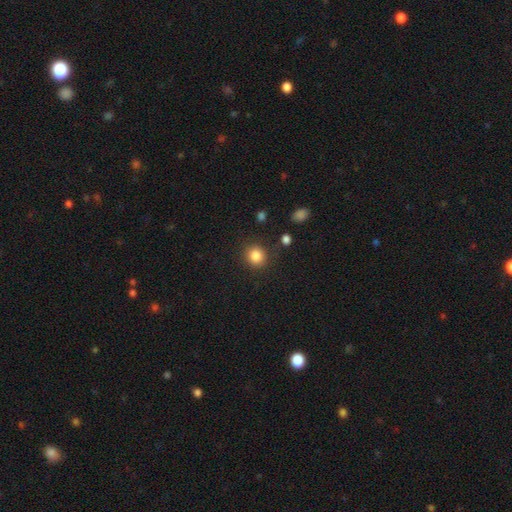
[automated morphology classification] Smooth or featured?
  - smooth: 85% *
  - star or artifact: 10%
  - featured or disk: 5%
How rounded?
  - round: 86% *
  - in between: 13%
  - cigar-shaped: 1%
Merging?
  - none: 86% *
  - minor disturbance: 8%
  - major disturbance: 3%
  - merger: 2%